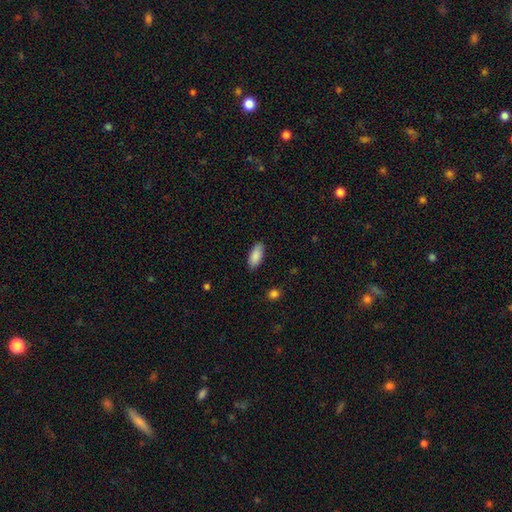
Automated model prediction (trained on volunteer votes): Smooth or featured? Predicted: smooth (p=0.89). How rounded? Predicted: in between (p=0.87). Merging? Predicted: none (p=0.87).